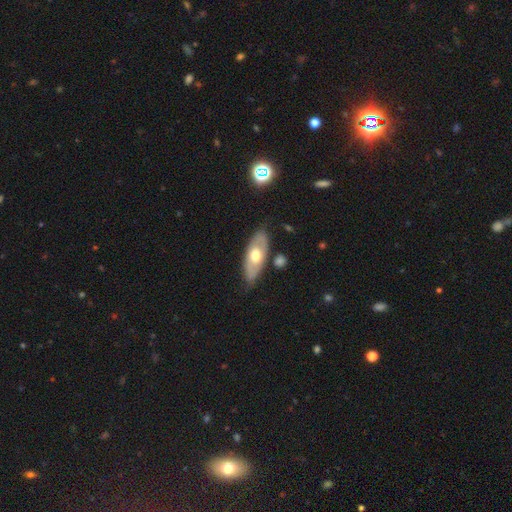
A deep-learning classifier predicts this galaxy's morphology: A featured or disk galaxy (53%). Merging: none (76%).